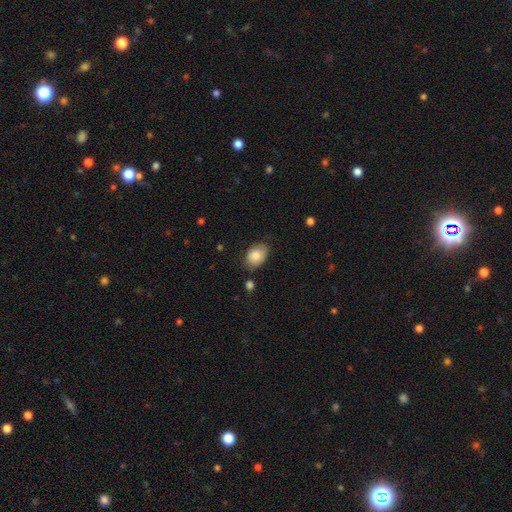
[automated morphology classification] smooth-or-featured: smooth: 83% | featured or disk: 9% | star or artifact: 7%
  how-rounded: in between: 81% | round: 18% | cigar-shaped: 1%
  merging: none: 74% | minor disturbance: 19% | major disturbance: 4% | merger: 3%